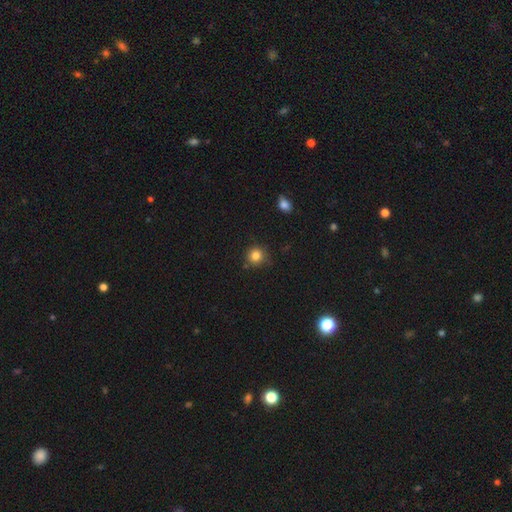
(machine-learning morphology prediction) type=smooth (83%); roundness=round (92%); merging=none (81%).